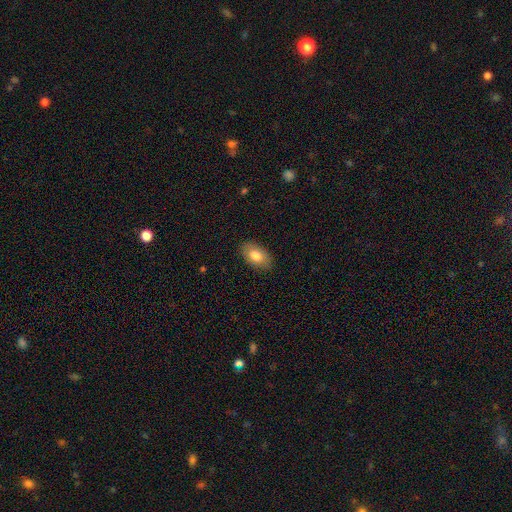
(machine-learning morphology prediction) This appears to be a smooth galaxy with no disk features (79%) that is in between round and cigar-shaped (92%). Merging: none (87%).